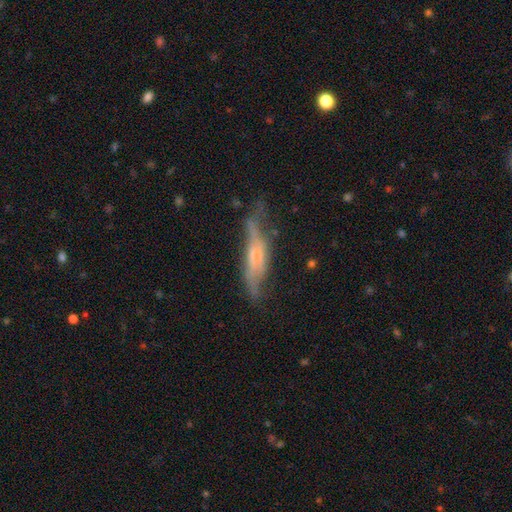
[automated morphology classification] This is possibly a featured or disk galaxy (57%). It is likely viewed edge-on (71%). Merging: possibly none (47%).